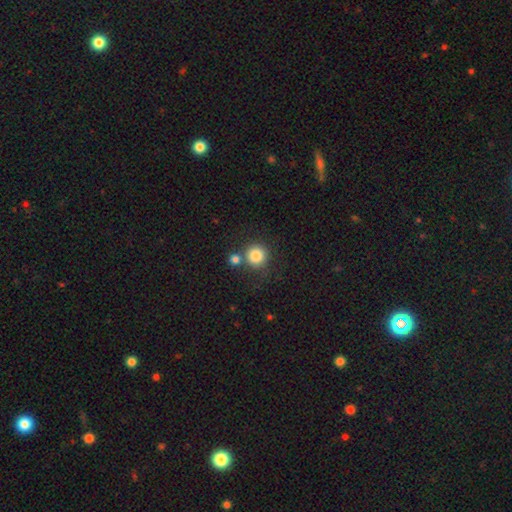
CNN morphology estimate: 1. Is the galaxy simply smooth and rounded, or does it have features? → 84% smooth, 10% star or artifact, 6% featured or disk.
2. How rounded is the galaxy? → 93% round, 6% in between, 1% cigar-shaped.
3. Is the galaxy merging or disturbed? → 69% none, 19% merger, 9% minor disturbance, 3% major disturbance.